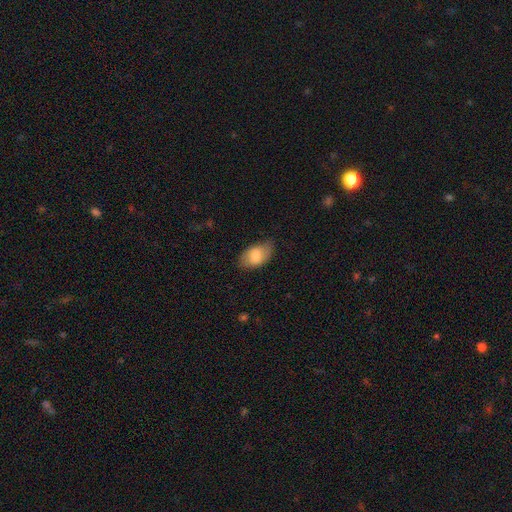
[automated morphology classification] The model was most divided on "merging": none: 72%, minor disturbance: 22%, major disturbance: 4%, merger: 1%. More confident: how rounded — in between (93%); smooth or featured — smooth (77%).